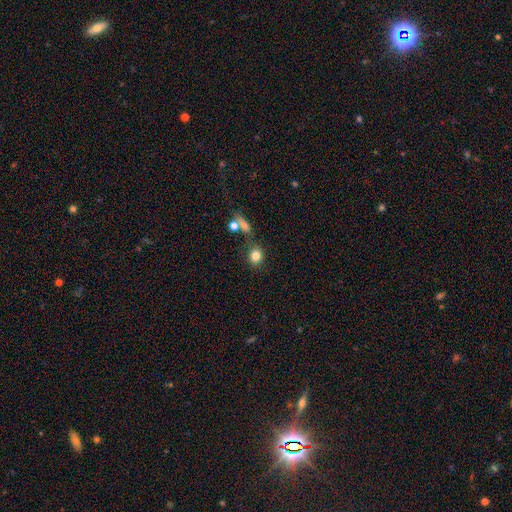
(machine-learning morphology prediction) Smooth or featured?
  - smooth: 81% *
  - star or artifact: 12%
  - featured or disk: 7%
How rounded?
  - round: 67% *
  - in between: 31%
  - cigar-shaped: 2%
Merging?
  - none: 73% *
  - minor disturbance: 12%
  - merger: 10%
  - major disturbance: 5%